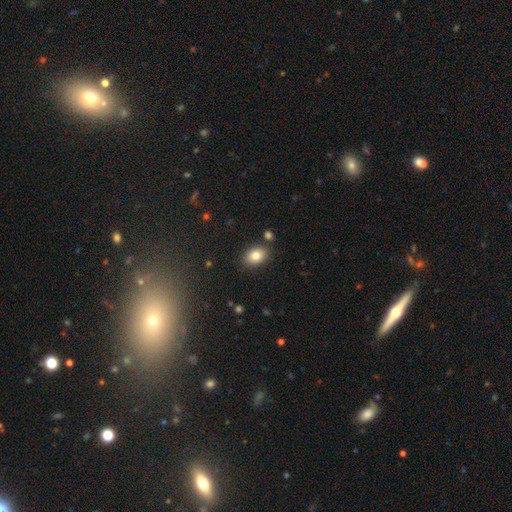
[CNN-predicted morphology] Smooth or featured? smooth (82%)
How rounded? in between (79%)
Merging? none (84%)